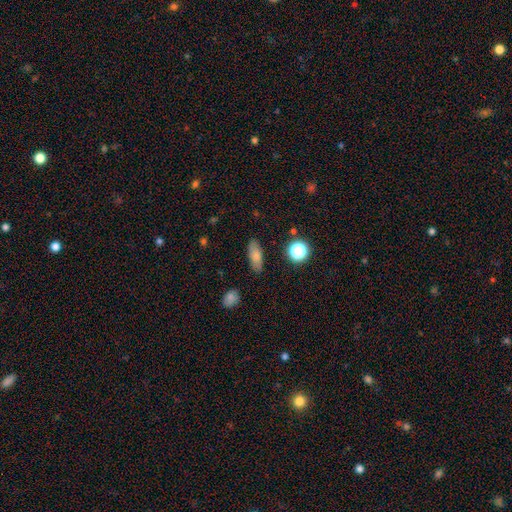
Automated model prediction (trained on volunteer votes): Overall: smooth (78%). How rounded: in between (72%). Merging: none (85%).